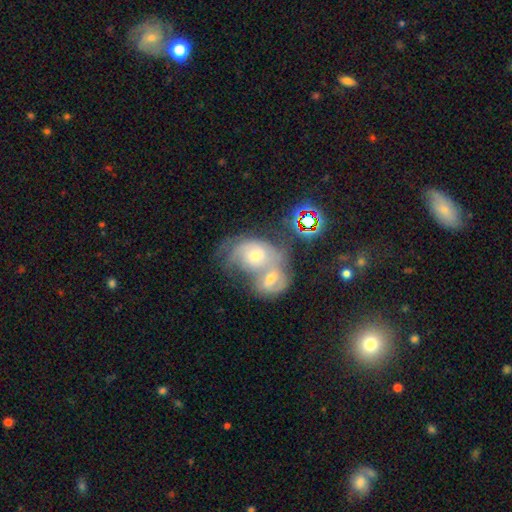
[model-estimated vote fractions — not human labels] A featured or disk galaxy (61%) with no bar (72%), spiral arms (77%) and a moderate central bulge (54%). Merging: merger (69%).